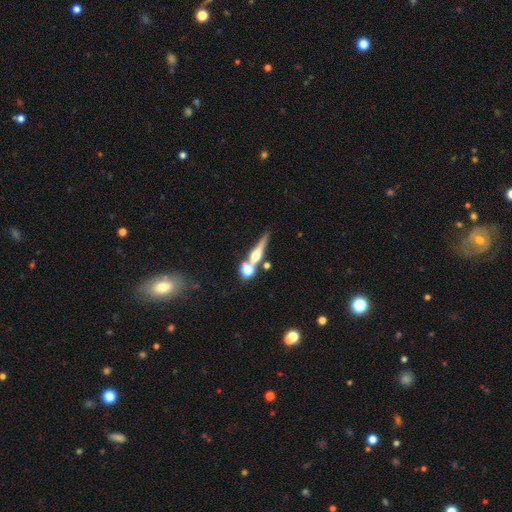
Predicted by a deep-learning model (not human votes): This is possibly a featured or disk galaxy (54%). It is clearly viewed edge-on (86%). Merging: possibly none (52%).